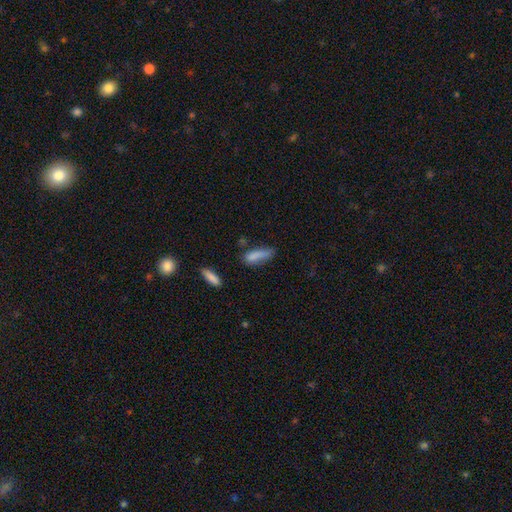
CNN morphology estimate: Smooth or featured? smooth (81%)
How rounded? cigar-shaped (57%)
Merging? none (49%)